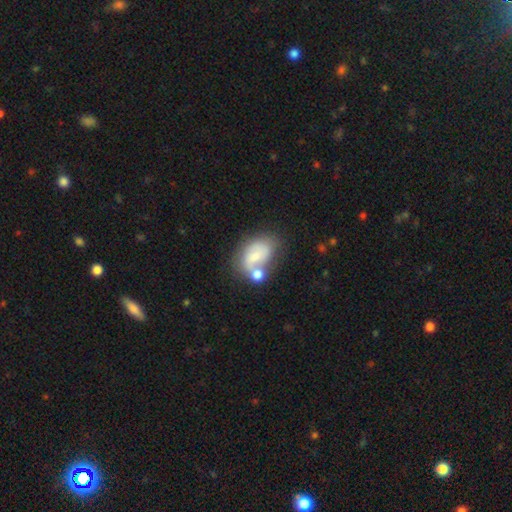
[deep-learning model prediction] smooth 53%, featured or disk 37%, star or artifact 9%. Down the decision tree: how rounded — in between (79%); merging — merger (40%).